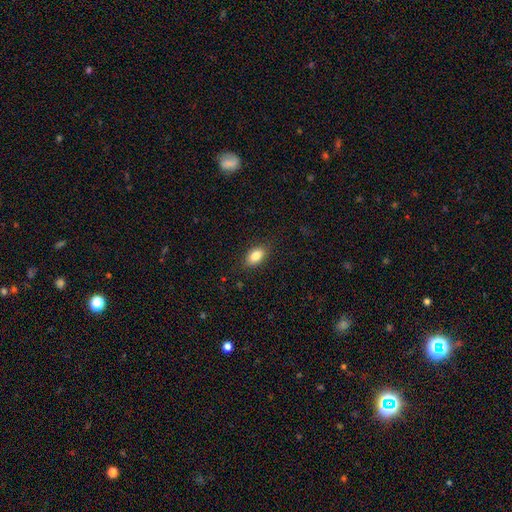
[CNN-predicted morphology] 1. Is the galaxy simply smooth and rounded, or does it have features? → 83% smooth, 9% featured or disk, 8% star or artifact.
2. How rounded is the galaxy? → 89% in between, 8% round, 3% cigar-shaped.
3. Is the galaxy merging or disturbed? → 86% none, 11% minor disturbance, 3% major disturbance, 1% merger.